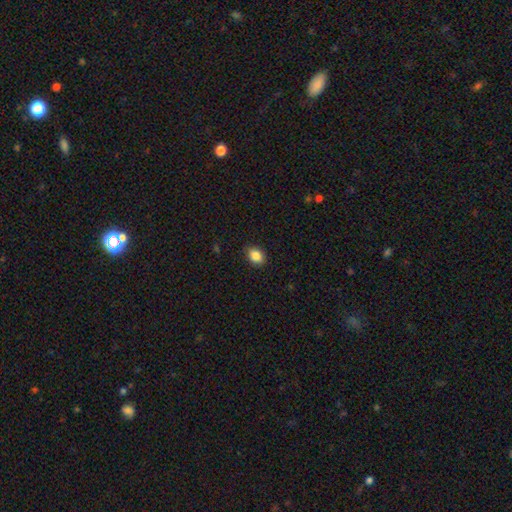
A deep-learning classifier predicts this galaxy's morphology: A smooth galaxy with no disk features (86%) that is in between round and cigar-shaped (67%). Merging: none (86%).